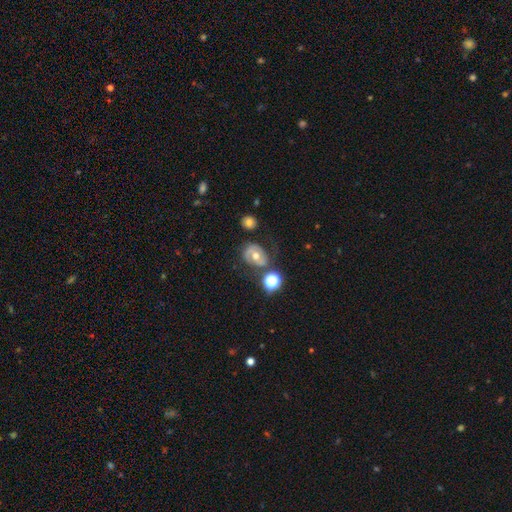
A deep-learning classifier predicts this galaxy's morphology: featured or disk 55%, smooth 34%, star or artifact 12%. Down the decision tree: edge-on disk — no (96%); bar — no (66%); spiral arms — yes (61%); bulge size — moderate (77%); merging — none (55%).